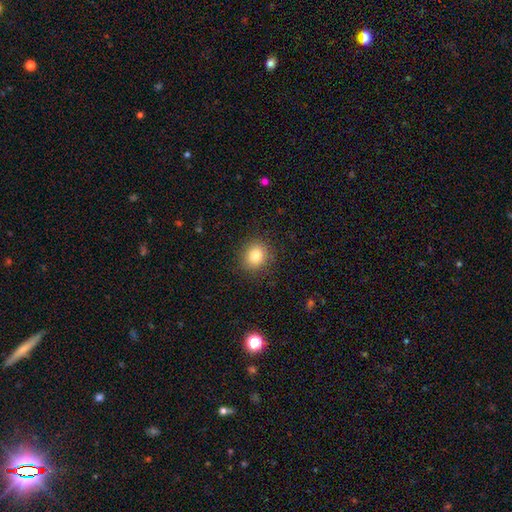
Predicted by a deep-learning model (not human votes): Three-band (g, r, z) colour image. It shows a smooth galaxy with no disk features (81%) that is round (80%). Merging: none (88%).